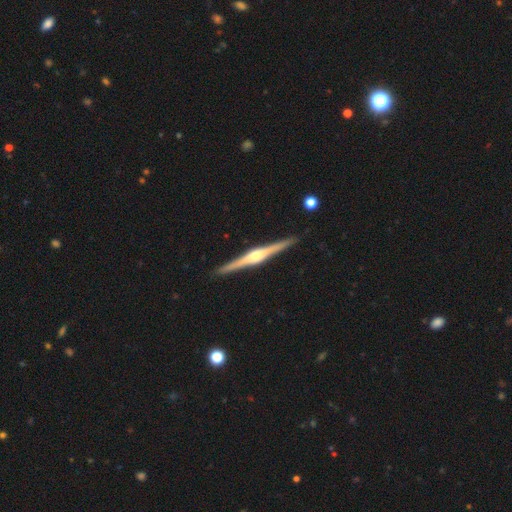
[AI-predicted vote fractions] The model was most divided on "smooth or featured": featured or disk: 87%, smooth: 9%, star or artifact: 4%. More confident: edge-on disk — yes (99%); merging — none (92%); edge-on bulge — rounded (91%).